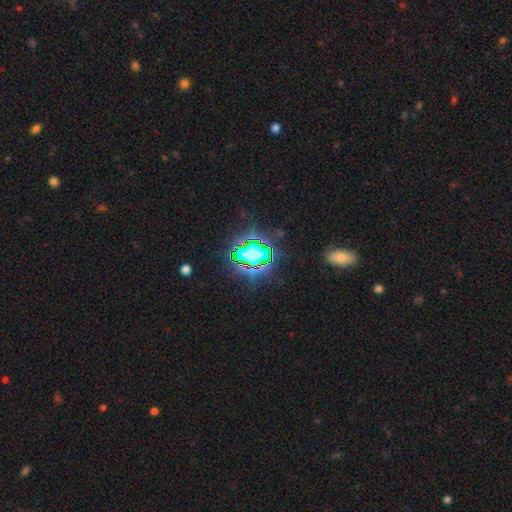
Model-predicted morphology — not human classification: smooth-or-featured: star or artifact: 78% | smooth: 14% | featured or disk: 8%